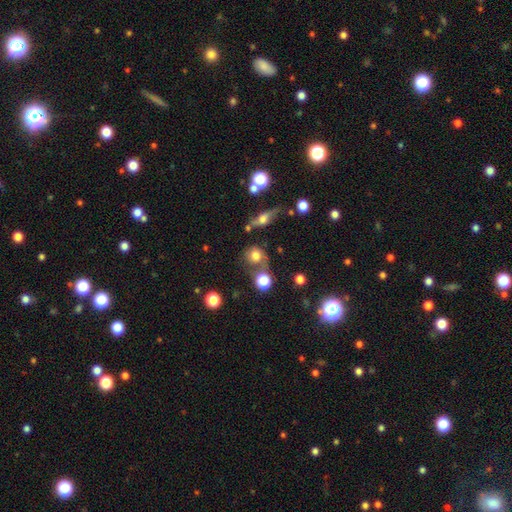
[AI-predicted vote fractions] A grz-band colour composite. It shows a smooth galaxy with no disk features (69%) that is round (83%). Merging: none (50%).